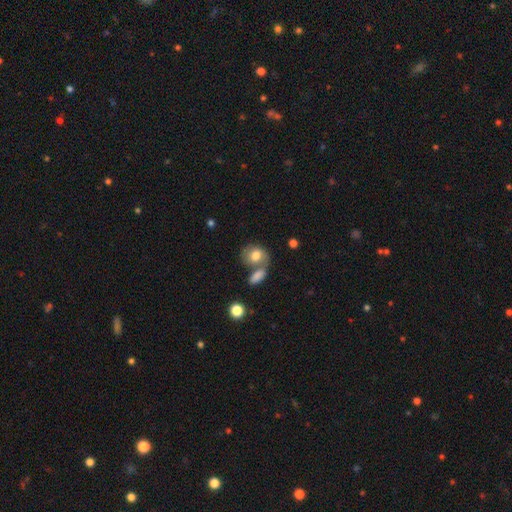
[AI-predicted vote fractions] This is likely a smooth galaxy (75%). How rounded: possibly in between (53%). Merging: marginally merger (40%).